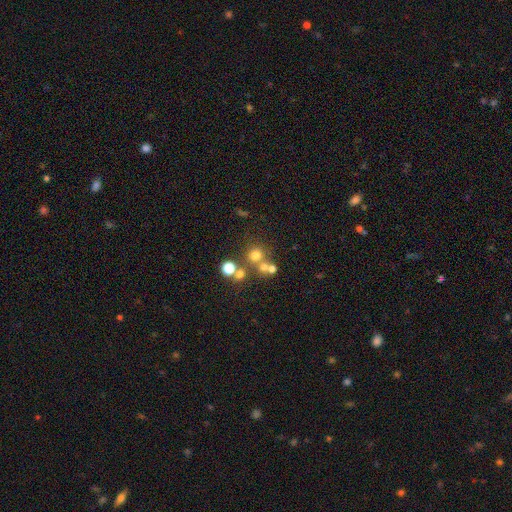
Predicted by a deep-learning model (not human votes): This appears to be a smooth galaxy with no disk features (66%) that is round (90%). Merging: none (58%).